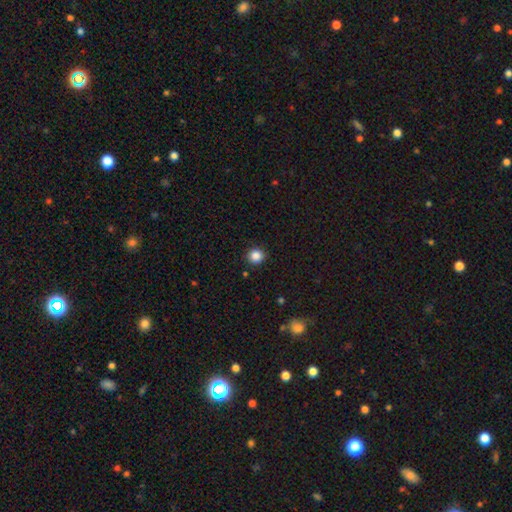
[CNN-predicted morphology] smooth-or-featured: smooth: 86% | star or artifact: 11% | featured or disk: 3%
  how-rounded: round: 93% | in between: 6% | cigar-shaped: 1%
  merging: none: 91% | minor disturbance: 6% | major disturbance: 2% | merger: 1%